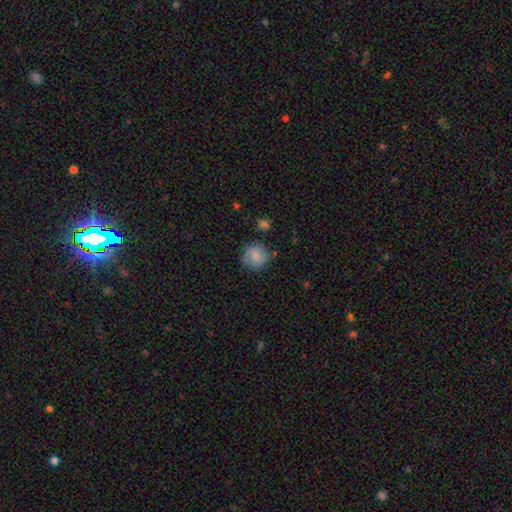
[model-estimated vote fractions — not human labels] Smooth or featured?
  - smooth: 78% *
  - featured or disk: 14%
  - star or artifact: 8%
How rounded?
  - round: 87% *
  - in between: 12%
  - cigar-shaped: 1%
Merging?
  - none: 74% *
  - minor disturbance: 19%
  - major disturbance: 5%
  - merger: 3%